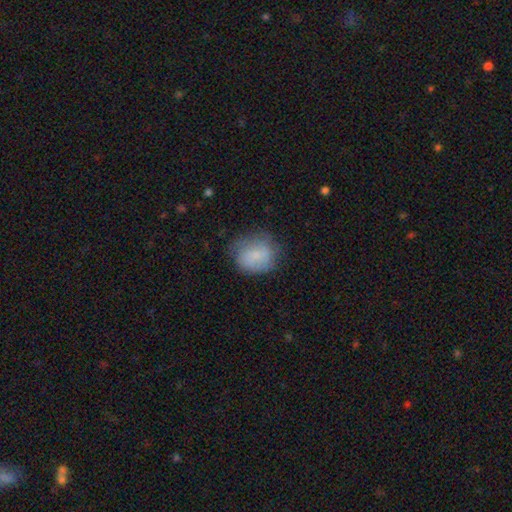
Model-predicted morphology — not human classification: Smooth or featured?
  - smooth: 70% *
  - featured or disk: 22%
  - star or artifact: 8%
How rounded?
  - round: 65% *
  - in between: 34%
  - cigar-shaped: 1%
Merging?
  - none: 61% *
  - minor disturbance: 27%
  - major disturbance: 10%
  - merger: 2%